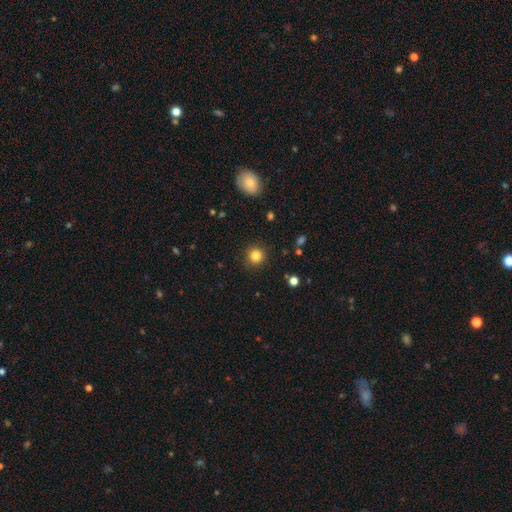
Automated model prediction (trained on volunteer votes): Smooth or featured? Predicted: smooth (p=0.84). How rounded? Predicted: round (p=0.93). Merging? Predicted: none (p=0.90).